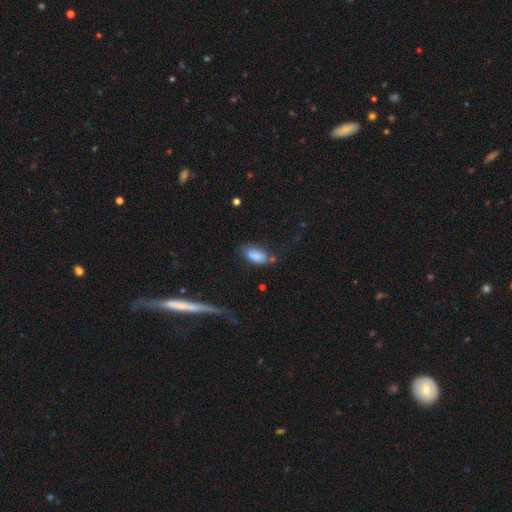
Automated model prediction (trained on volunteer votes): Morphology: type=smooth (83%); roundness=in between (89%); merging=none (54%).